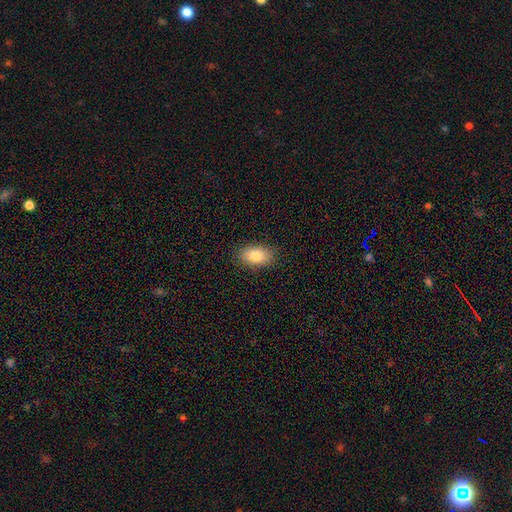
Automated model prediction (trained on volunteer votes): Morphology: type=smooth (83%); roundness=in between (91%); merging=none (88%).